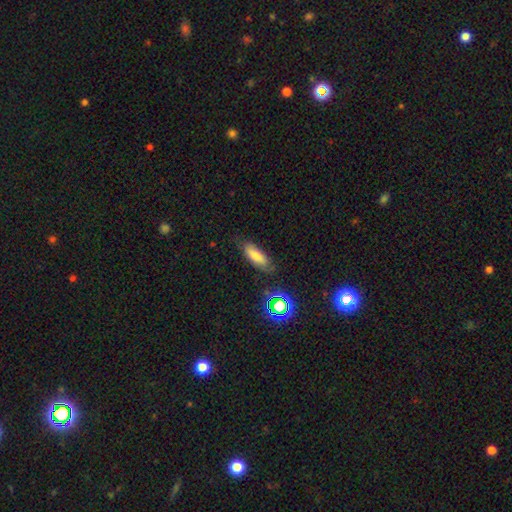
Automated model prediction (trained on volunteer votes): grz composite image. It shows a smooth galaxy with no disk features (72%) that is in between round and cigar-shaped (66%). Merging: none (73%).